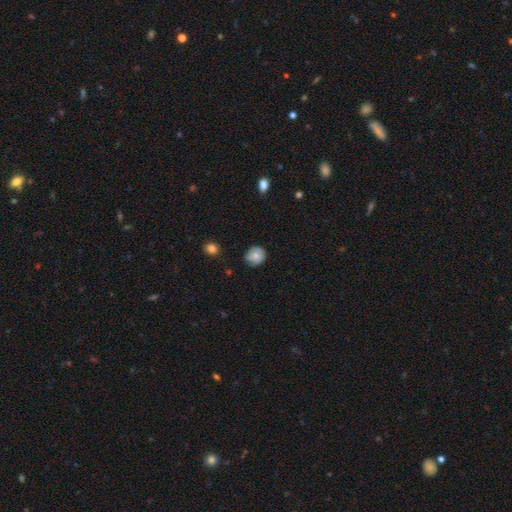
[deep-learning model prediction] smooth 75%, featured or disk 17%, star or artifact 8%. Down the decision tree: how rounded — round (82%); merging — none (78%).